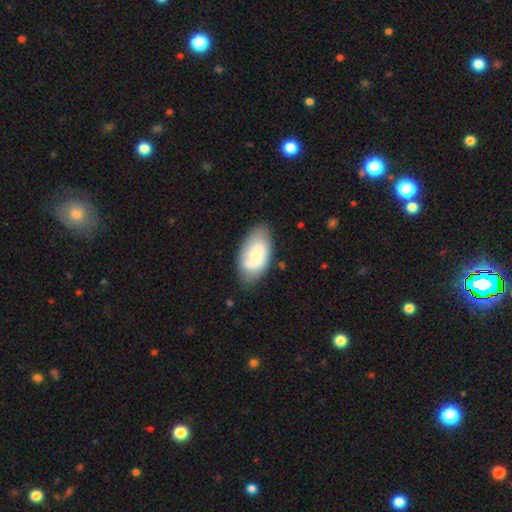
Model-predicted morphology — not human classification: Smooth or featured: smooth — 50% (featured or disk — 44%)
Merging: none — 72% (minor disturbance — 20%)